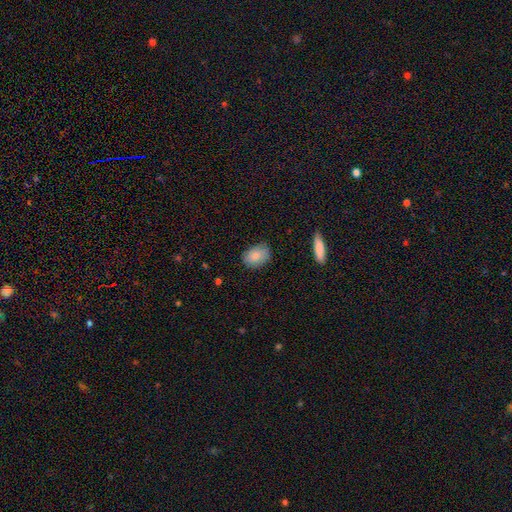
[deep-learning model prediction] Q: Smooth or featured?
A: smooth (83%); runner-up: featured or disk (10%)
Q: How rounded?
A: in between (80%); runner-up: round (19%)
Q: Merging?
A: none (83%); runner-up: minor disturbance (13%)